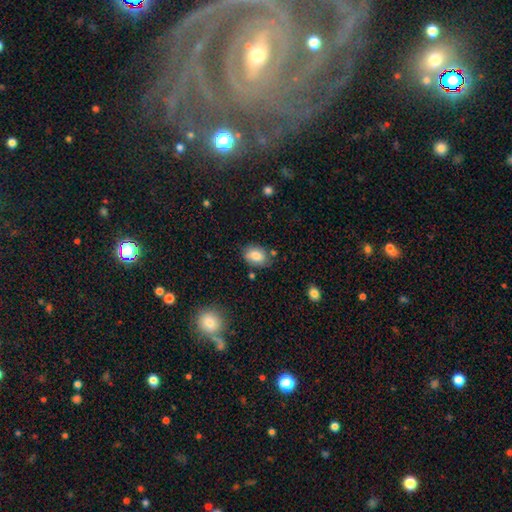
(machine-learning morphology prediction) A smooth galaxy with no disk features (82%) that is in between round and cigar-shaped (79%). Merging: none (73%).